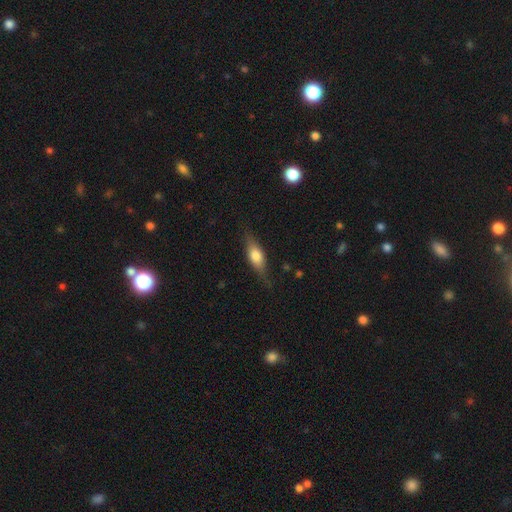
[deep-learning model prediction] smooth_or_featured: smooth (p=0.63) [alt: featured or disk p=0.31]
how_rounded: in between (p=0.65) [alt: cigar-shaped p=0.31]
merging: none (p=0.75) [alt: minor disturbance p=0.19]